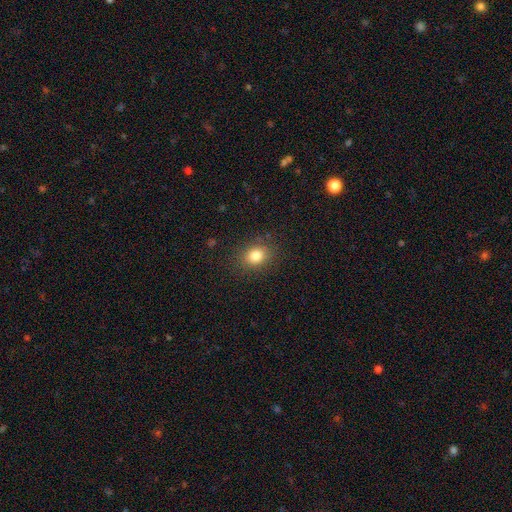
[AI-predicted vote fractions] This is clearly a smooth galaxy (82%). How rounded: possibly round (55%). Merging: clearly none (86%).